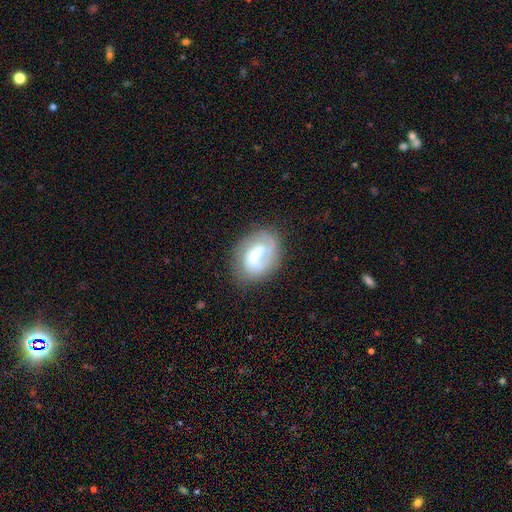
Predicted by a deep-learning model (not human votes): This is likely a featured or disk galaxy (68%). It is clearly not viewed edge-on (97%). Bar: marginally weak (45%). Spiral arm pattern: clearly yes (84%). Spiral arm count: possibly 1 (50%). Spiral winding: marginally tight (41%). Central bulge: marginally moderate (30%). Merging: likely none (65%).